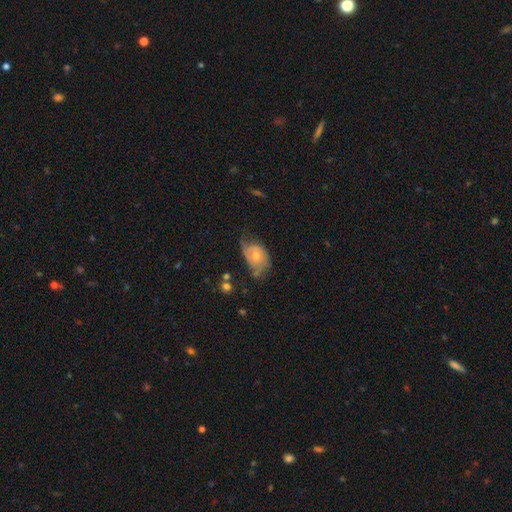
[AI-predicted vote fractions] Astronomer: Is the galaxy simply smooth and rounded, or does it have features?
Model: featured or disk — 57% (runner-up: smooth, 35%).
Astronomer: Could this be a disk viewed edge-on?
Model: no — 95%.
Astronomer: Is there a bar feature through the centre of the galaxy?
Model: no — 79%.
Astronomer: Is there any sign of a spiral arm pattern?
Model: yes — 68%.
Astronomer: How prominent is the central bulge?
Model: moderate — 61%.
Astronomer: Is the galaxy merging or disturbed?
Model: minor disturbance — 36% (runner-up: none, 35%).